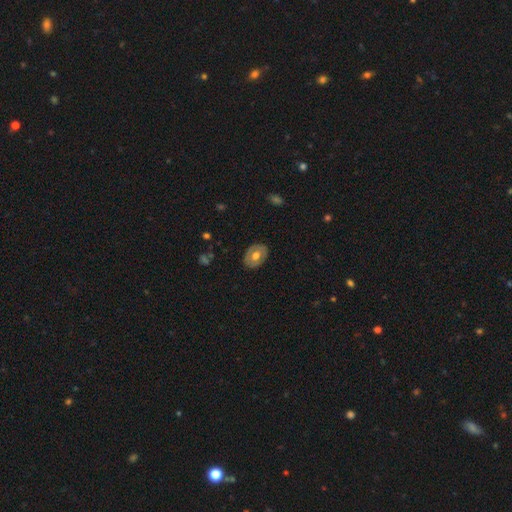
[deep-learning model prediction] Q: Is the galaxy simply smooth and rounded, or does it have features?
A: smooth — 53%.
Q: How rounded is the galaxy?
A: in between — 67%.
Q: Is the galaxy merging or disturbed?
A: none — 84%.